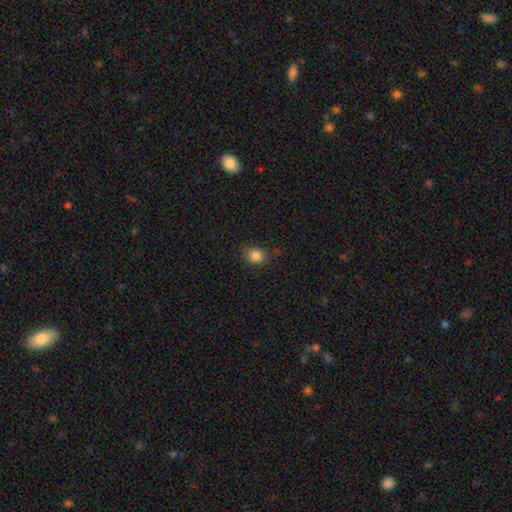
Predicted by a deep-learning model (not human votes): smooth_or_featured: smooth (p=0.84) [alt: star or artifact p=0.11]
how_rounded: round (p=0.69) [alt: in between p=0.30]
merging: none (p=0.80) [alt: minor disturbance p=0.15]